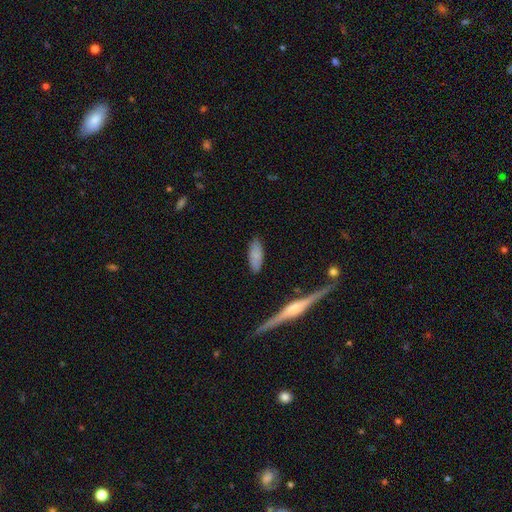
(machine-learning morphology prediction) smooth 78%, featured or disk 16%, star or artifact 7%. Down the decision tree: how rounded — in between (77%); merging — none (82%).